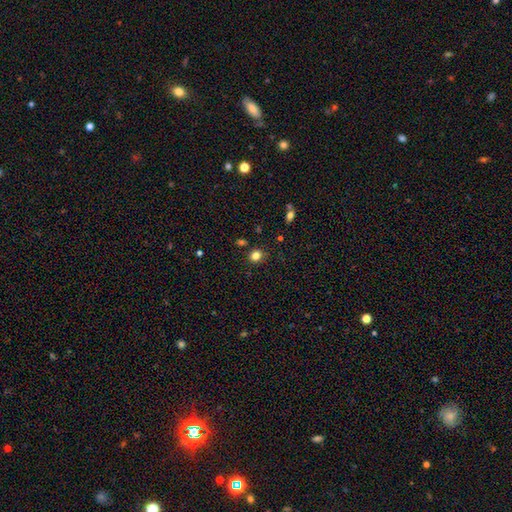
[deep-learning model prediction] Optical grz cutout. It shows a smooth galaxy with no disk features (82%) that is round (78%). Merging: none (85%).